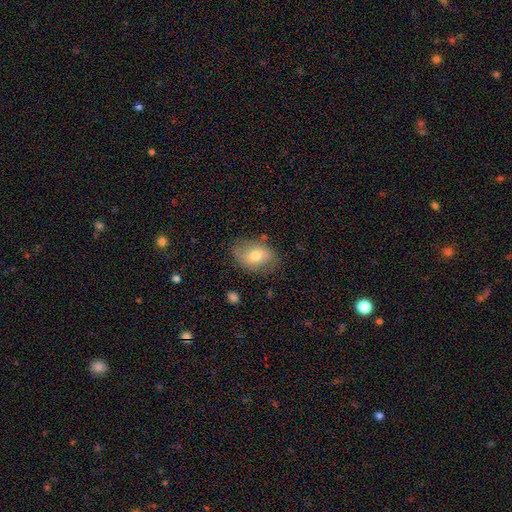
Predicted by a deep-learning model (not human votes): Morphology: type=smooth (64%); roundness=in between (81%); merging=none (68%).